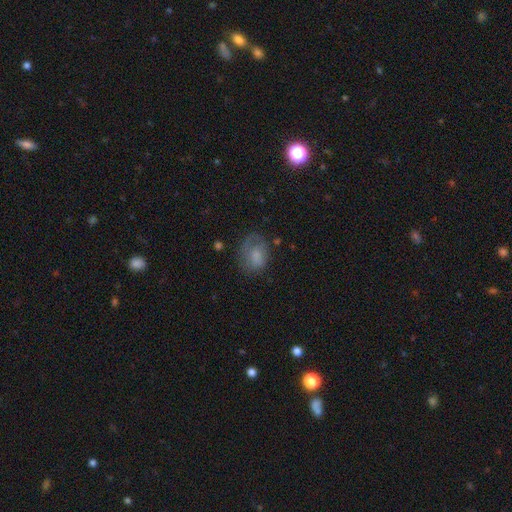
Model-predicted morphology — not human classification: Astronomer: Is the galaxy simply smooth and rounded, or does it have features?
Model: smooth — 65%.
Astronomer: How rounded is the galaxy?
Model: in between — 62% (runner-up: round, 37%).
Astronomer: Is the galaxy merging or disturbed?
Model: none — 49% (runner-up: minor disturbance, 27%).